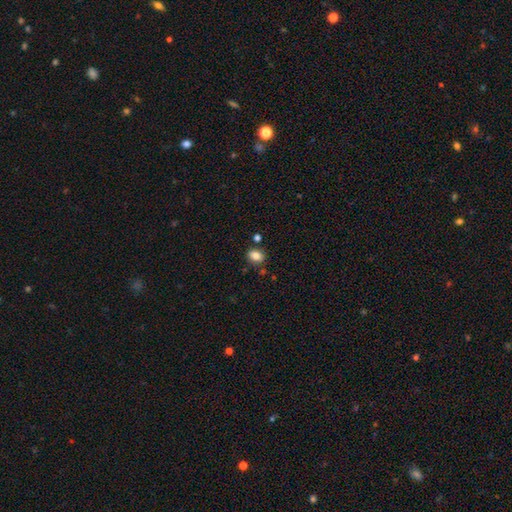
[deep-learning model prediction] Smooth or featured?
  - smooth: 82% *
  - star or artifact: 10%
  - featured or disk: 7%
How rounded?
  - in between: 63% *
  - round: 36%
  - cigar-shaped: 1%
Merging?
  - none: 79% *
  - minor disturbance: 12%
  - merger: 7%
  - major disturbance: 3%